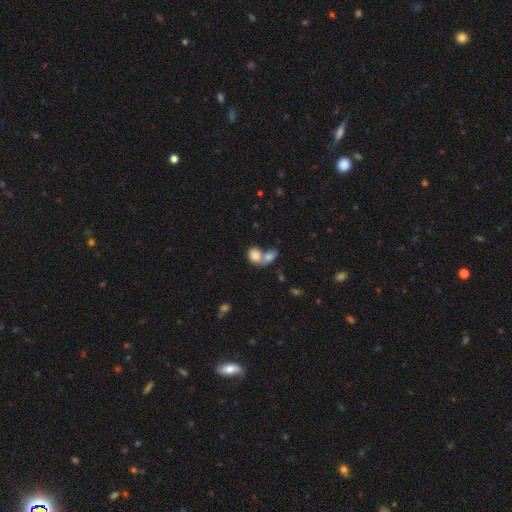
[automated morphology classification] Smooth or featured? smooth (81%)
How rounded? in between (61%)
Merging? merger (63%)